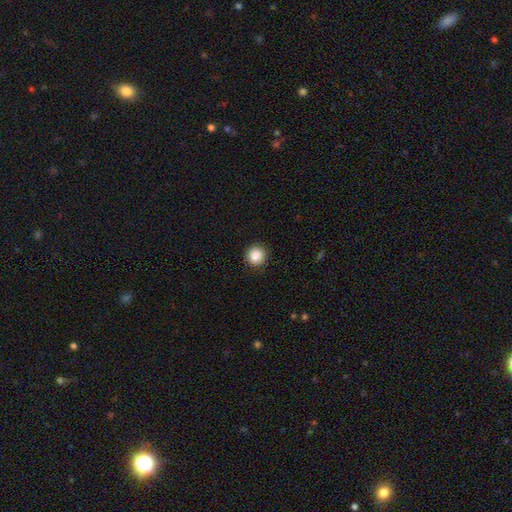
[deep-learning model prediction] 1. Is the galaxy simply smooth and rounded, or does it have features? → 88% smooth, 9% star or artifact, 3% featured or disk.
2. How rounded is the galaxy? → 93% round, 6% in between, 1% cigar-shaped.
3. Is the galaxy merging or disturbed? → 89% none, 7% minor disturbance, 2% major disturbance, 1% merger.